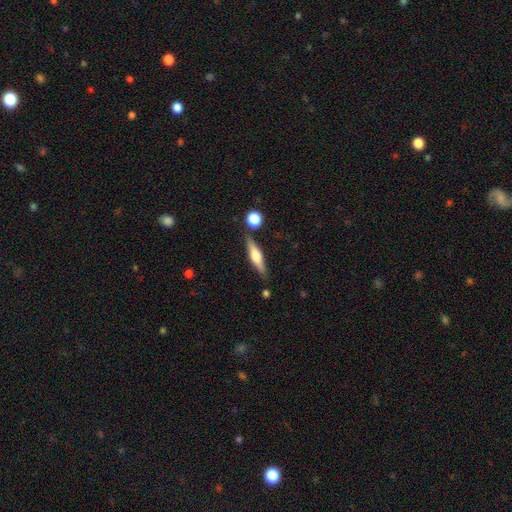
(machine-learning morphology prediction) A featured or disk galaxy (59%) viewed edge-on (95%) with a rounded central bulge (83%).

Vote fractions:
- Smooth or featured? featured or disk: 59% / smooth: 35% / star or artifact: 6%
- Edge-on disk? yes: 95% / no: 5%
- Edge-on bulge? rounded: 83% / boxy: 13% / none: 4%
- Merging? none: 81% / minor disturbance: 11% / merger: 6% / major disturbance: 3%